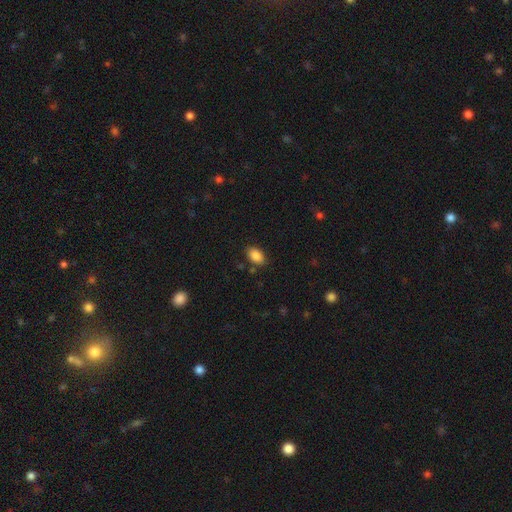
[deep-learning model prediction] smooth_or_featured: smooth (p=0.87) [alt: star or artifact p=0.08]
how_rounded: in between (p=0.89) [alt: round p=0.10]
merging: none (p=0.83) [alt: minor disturbance p=0.11]